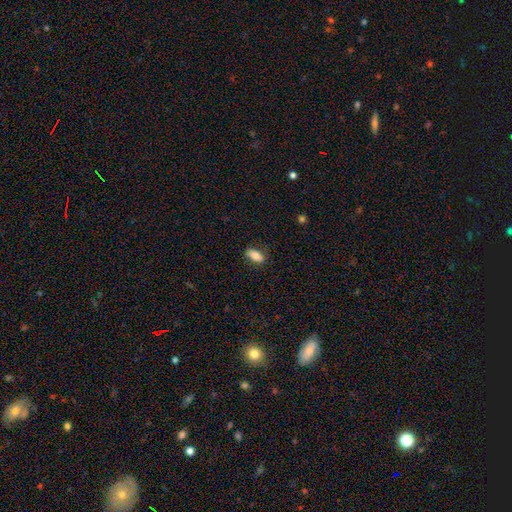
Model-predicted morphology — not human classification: This is likely a smooth galaxy (79%). How rounded: clearly in between (84%). Merging: clearly none (81%).